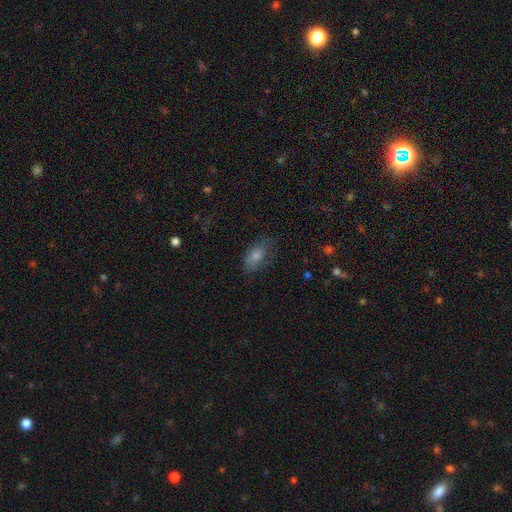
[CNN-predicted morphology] Smooth or featured: smooth — 77% (featured or disk — 13%)
How rounded: in between — 88% (cigar-shaped — 7%)
Merging: none — 59% (minor disturbance — 27%)